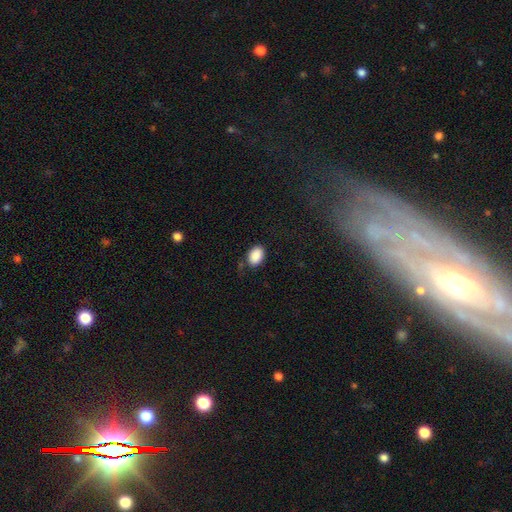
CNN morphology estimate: This is clearly a smooth galaxy (89%). How rounded: clearly in between (84%). Merging: likely none (77%).